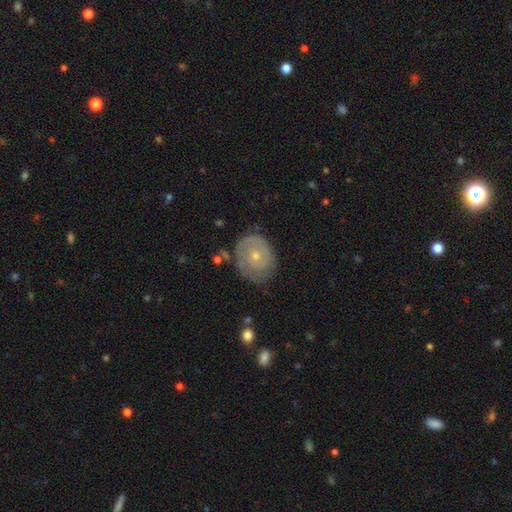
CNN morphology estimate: Smooth or featured: featured or disk — 67% (smooth — 27%)
Edge-on disk: no — 97% (yes — 3%)
Bar: no — 84% (weak — 14%)
Spiral arms: yes — 76% (no — 24%)
Bulge size: small — 61% (moderate — 36%)
Merging: none — 69% (minor disturbance — 22%)